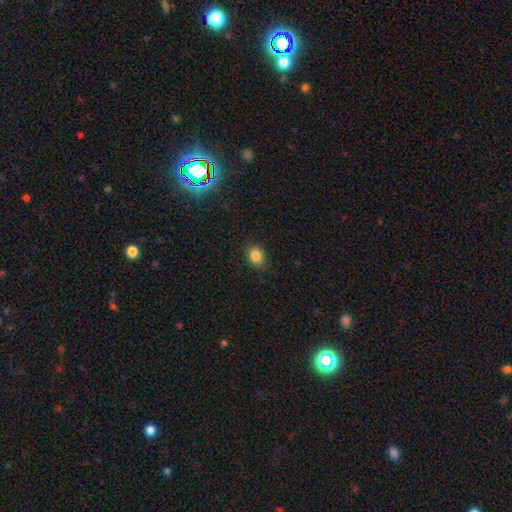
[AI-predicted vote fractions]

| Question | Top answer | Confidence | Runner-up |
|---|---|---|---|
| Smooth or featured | smooth | 85% | star or artifact (11%) |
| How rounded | round | 52% | in between (47%) |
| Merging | none | 85% | minor disturbance (11%) |